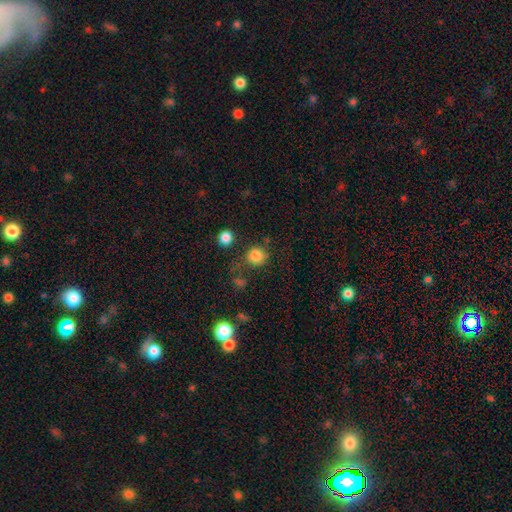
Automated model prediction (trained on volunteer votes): This appears to be a smooth galaxy with no disk features (83%) that is round (90%). Merging: none (71%).